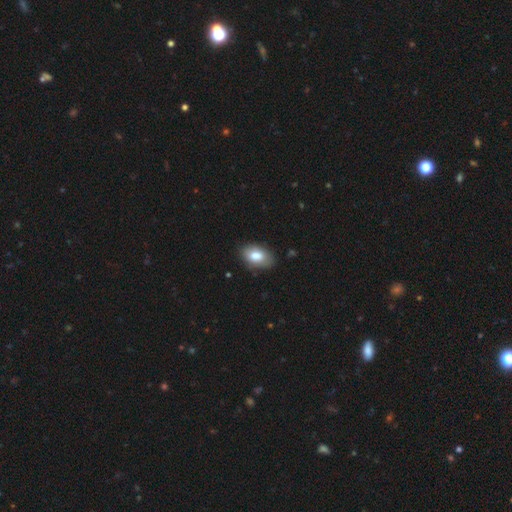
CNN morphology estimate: smooth-or-featured: smooth: 80% | featured or disk: 13% | star or artifact: 7%
  how-rounded: in between: 91% | round: 8% | cigar-shaped: 1%
  merging: none: 80% | minor disturbance: 16% | major disturbance: 3% | merger: 1%